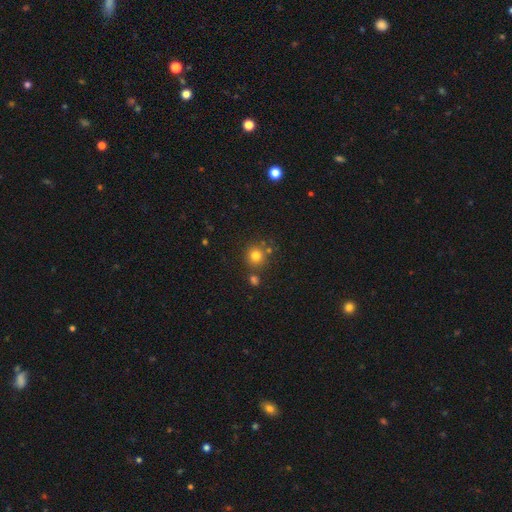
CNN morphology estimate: smooth-or-featured: smooth: 78% | star or artifact: 14% | featured or disk: 8%
  how-rounded: round: 90% | in between: 9% | cigar-shaped: 1%
  merging: none: 74% | merger: 12% | minor disturbance: 10% | major disturbance: 3%